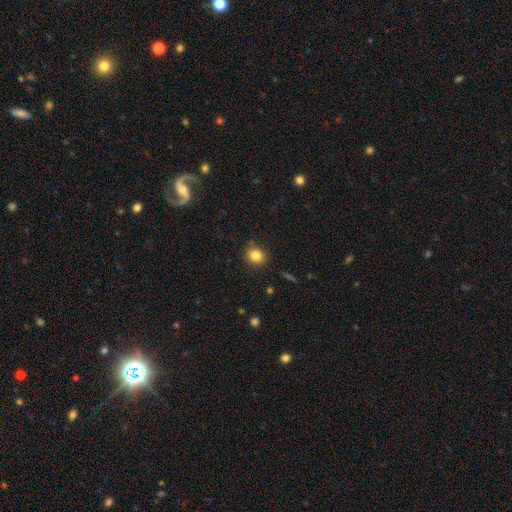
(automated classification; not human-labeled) smooth_or_featured: smooth (p=0.83) [alt: star or artifact p=0.11]
how_rounded: round (p=0.74) [alt: in between p=0.25]
merging: none (p=0.85) [alt: minor disturbance p=0.11]